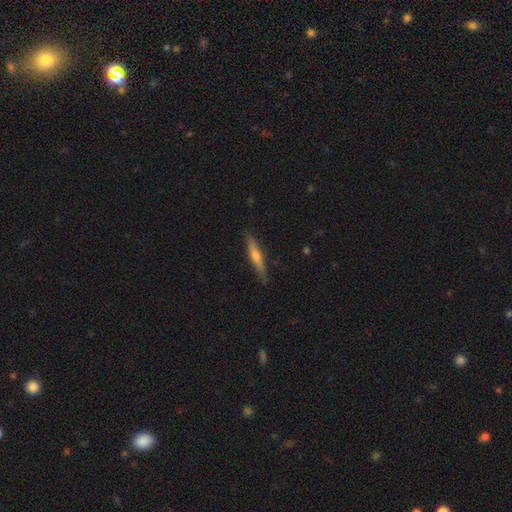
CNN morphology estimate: Smooth or featured?
  - featured or disk: 50% *
  - smooth: 44%
  - star or artifact: 6%
Merging?
  - none: 86% *
  - minor disturbance: 11%
  - major disturbance: 2%
  - merger: 1%